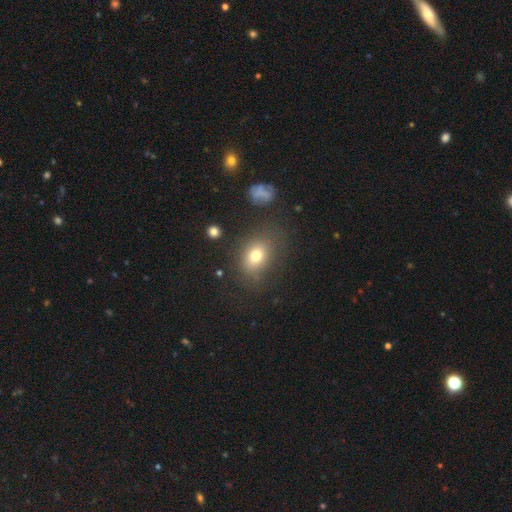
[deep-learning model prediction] smooth_or_featured: smooth (p=0.75) [alt: star or artifact p=0.13]
how_rounded: in between (p=0.63) [alt: round p=0.35]
merging: none (p=0.71) [alt: minor disturbance p=0.16]